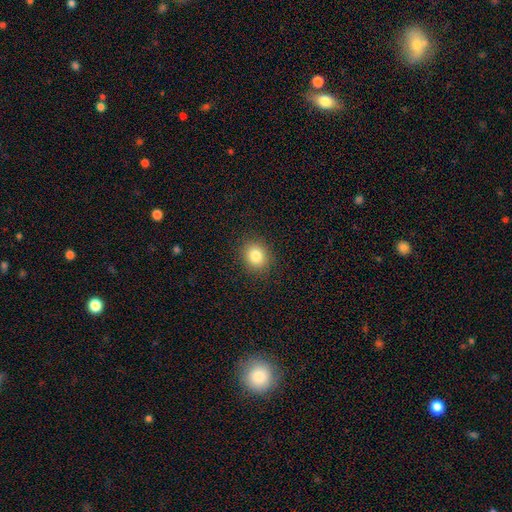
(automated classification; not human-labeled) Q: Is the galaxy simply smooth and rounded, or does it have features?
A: smooth — 83%.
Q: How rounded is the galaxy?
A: round — 68%.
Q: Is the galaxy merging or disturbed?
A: none — 89%.